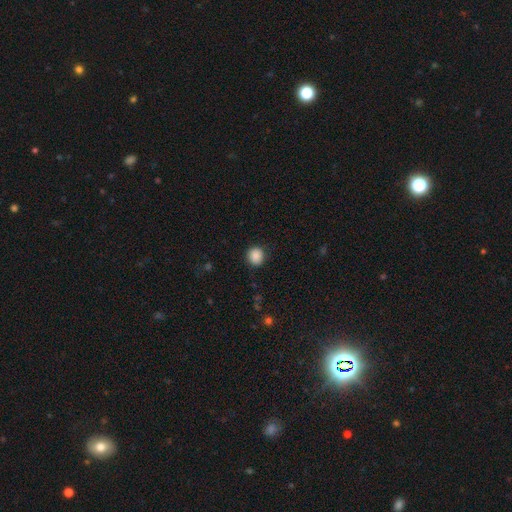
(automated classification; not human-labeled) Smooth or featured? smooth (88%)
How rounded? round (86%)
Merging? none (89%)